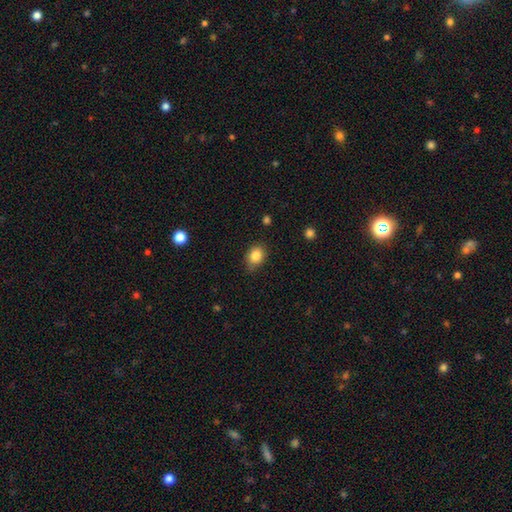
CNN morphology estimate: Smooth or featured?
  - smooth: 84% *
  - star or artifact: 10%
  - featured or disk: 6%
How rounded?
  - in between: 51% *
  - round: 48%
  - cigar-shaped: 1%
Merging?
  - none: 74% *
  - minor disturbance: 21%
  - major disturbance: 3%
  - merger: 1%